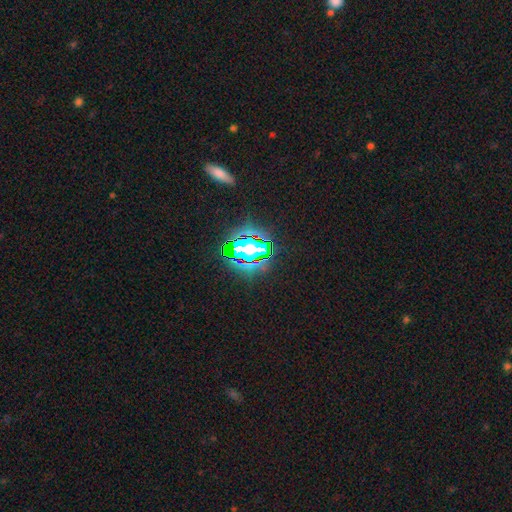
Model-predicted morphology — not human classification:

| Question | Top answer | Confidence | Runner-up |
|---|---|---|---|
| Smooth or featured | star or artifact | 80% | smooth (12%) |